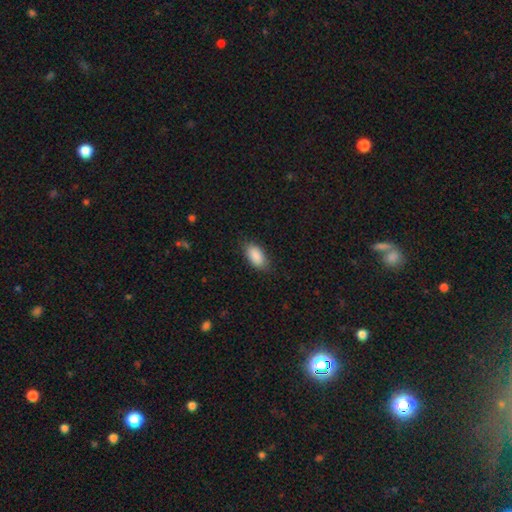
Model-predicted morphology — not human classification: Smooth or featured? Predicted: smooth (p=0.90). How rounded? Predicted: in between (p=0.93). Merging? Predicted: none (p=0.81).